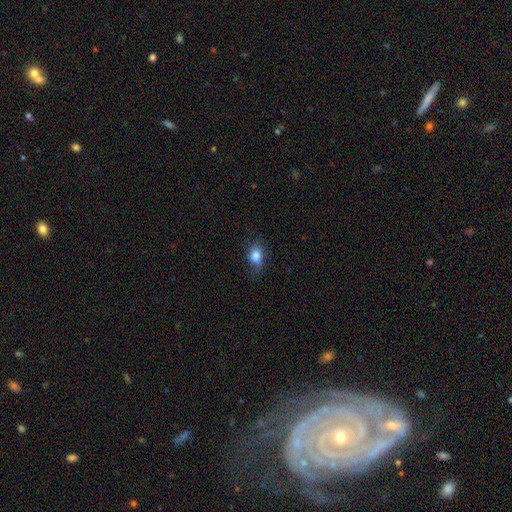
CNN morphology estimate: Smooth or featured?
  - smooth: 83% *
  - star or artifact: 9%
  - featured or disk: 8%
How rounded?
  - in between: 70% *
  - round: 27%
  - cigar-shaped: 2%
Merging?
  - none: 66% *
  - minor disturbance: 24%
  - major disturbance: 8%
  - merger: 1%